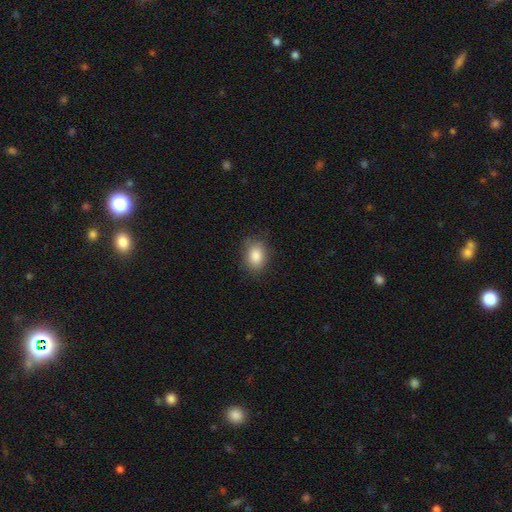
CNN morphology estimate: Smooth or featured?
  - smooth: 85% *
  - star or artifact: 8%
  - featured or disk: 6%
How rounded?
  - in between: 71% *
  - round: 28%
  - cigar-shaped: 1%
Merging?
  - none: 81% *
  - minor disturbance: 14%
  - major disturbance: 4%
  - merger: 1%